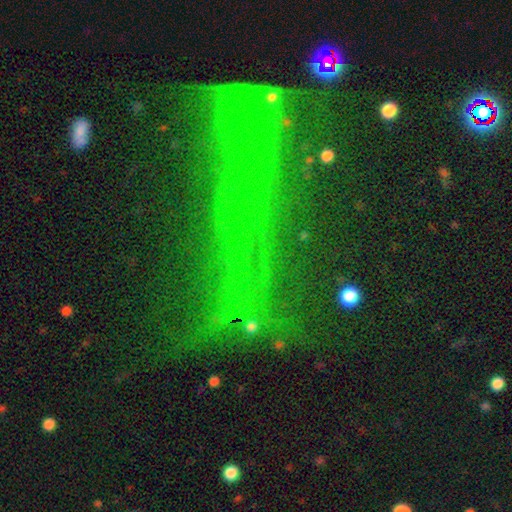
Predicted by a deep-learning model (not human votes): smooth_or_featured: star or artifact (p=0.58) [alt: featured or disk p=0.23]